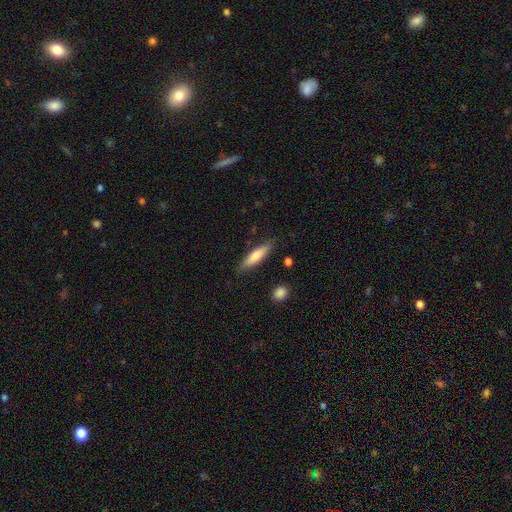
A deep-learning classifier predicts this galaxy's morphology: Smooth or featured?
  - smooth: 67% *
  - featured or disk: 26%
  - star or artifact: 6%
How rounded?
  - cigar-shaped: 74% *
  - in between: 25%
  - round: 2%
Merging?
  - none: 85% *
  - minor disturbance: 11%
  - major disturbance: 2%
  - merger: 2%